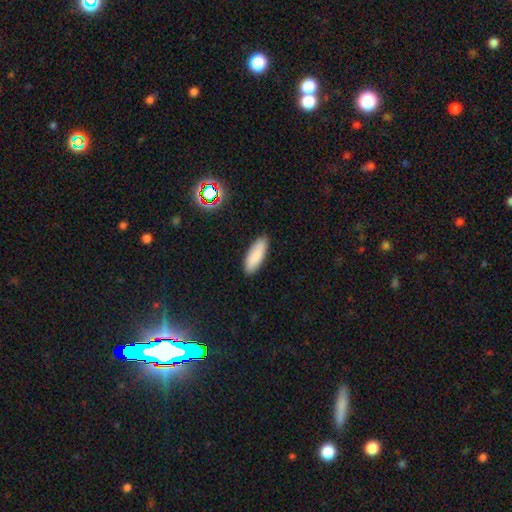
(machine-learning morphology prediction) Q: Smooth or featured?
A: smooth (86%); runner-up: featured or disk (8%)
Q: How rounded?
A: in between (64%); runner-up: cigar-shaped (35%)
Q: Merging?
A: none (87%); runner-up: minor disturbance (10%)